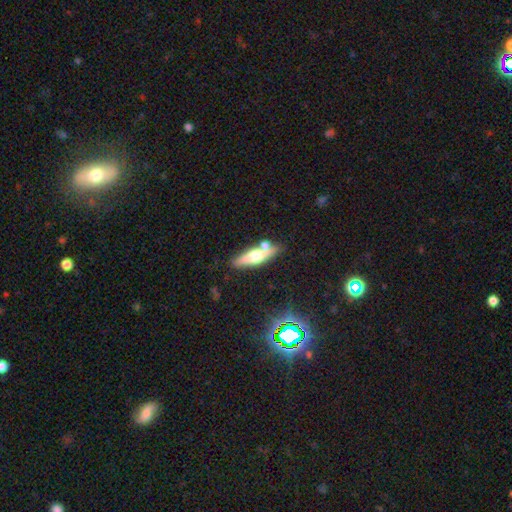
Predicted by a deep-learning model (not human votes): Q: Smooth or featured?
A: featured or disk (50%); runner-up: smooth (43%)
Q: Edge-on disk?
A: yes (85%); runner-up: no (15%)
Q: Merging?
A: none (70%); runner-up: merger (13%)